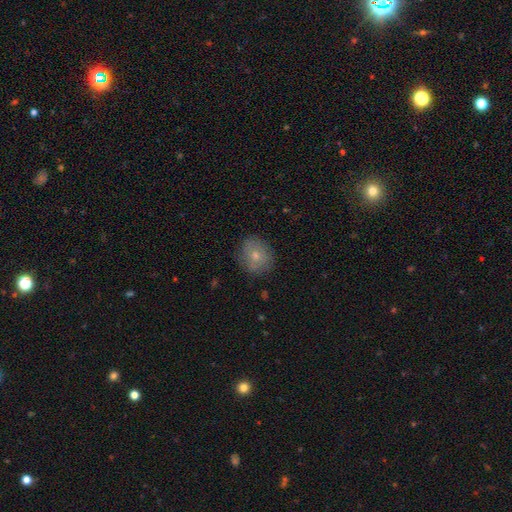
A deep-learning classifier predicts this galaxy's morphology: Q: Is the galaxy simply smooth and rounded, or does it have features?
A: smooth — 72%.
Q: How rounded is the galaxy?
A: round — 76%.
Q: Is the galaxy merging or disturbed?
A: none — 80%.